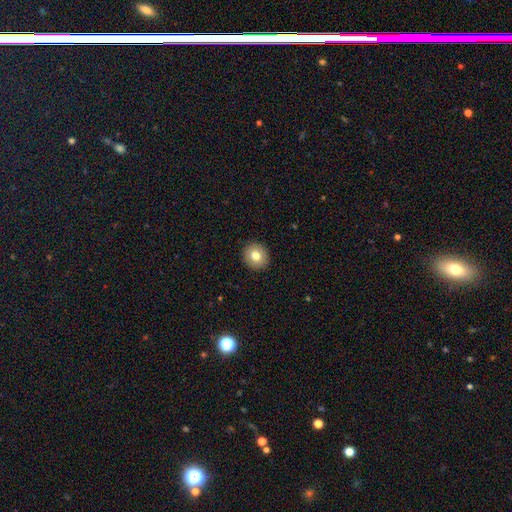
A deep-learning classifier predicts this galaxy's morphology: Smooth or featured? Predicted: smooth (p=0.80). How rounded? Predicted: round (p=0.85). Merging? Predicted: none (p=0.92).